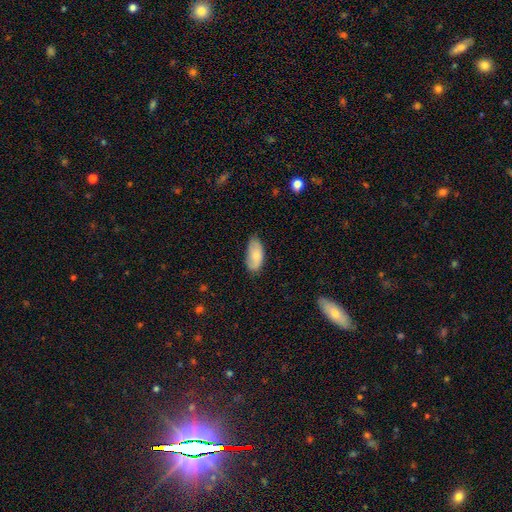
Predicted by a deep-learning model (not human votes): smooth_or_featured: smooth (p=0.80) [alt: featured or disk p=0.13]
how_rounded: in between (p=0.93) [alt: cigar-shaped p=0.05]
merging: none (p=0.64) [alt: minor disturbance p=0.29]